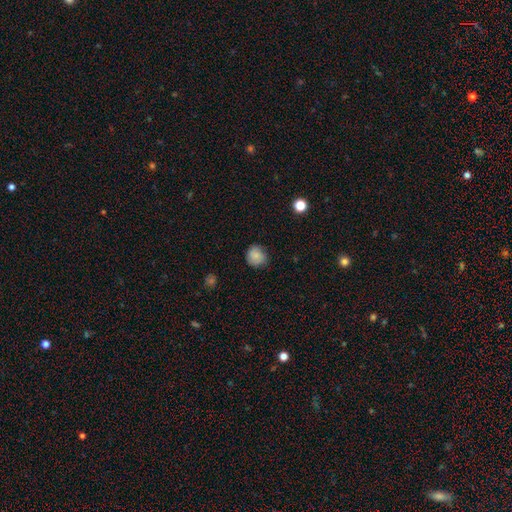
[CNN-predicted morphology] Smooth or featured? smooth (80%)
How rounded? round (85%)
Merging? none (79%)